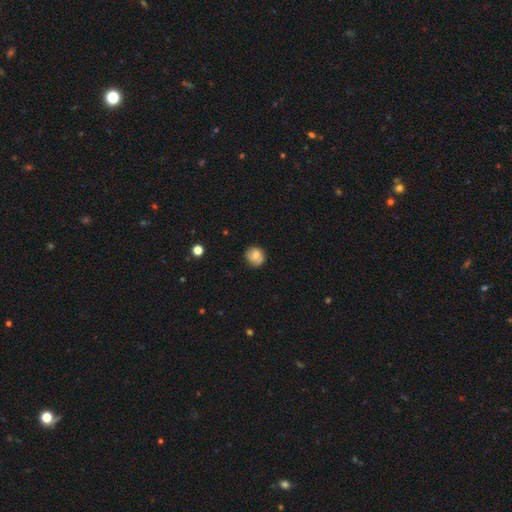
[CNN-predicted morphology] A smooth galaxy with no disk features (68%) that is round (83%). Merging: none (76%).